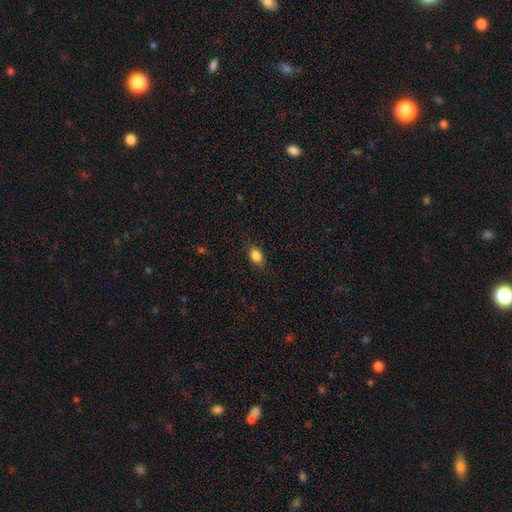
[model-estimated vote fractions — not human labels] Smooth or featured? smooth (84%)
How rounded? in between (77%)
Merging? none (84%)